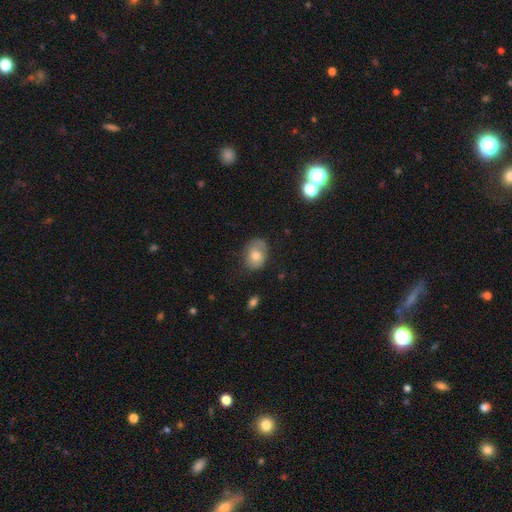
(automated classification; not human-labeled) smooth_or_featured: smooth (p=0.69) [alt: featured or disk p=0.22]
how_rounded: in between (p=0.63) [alt: round p=0.36]
merging: none (p=0.64) [alt: minor disturbance p=0.26]